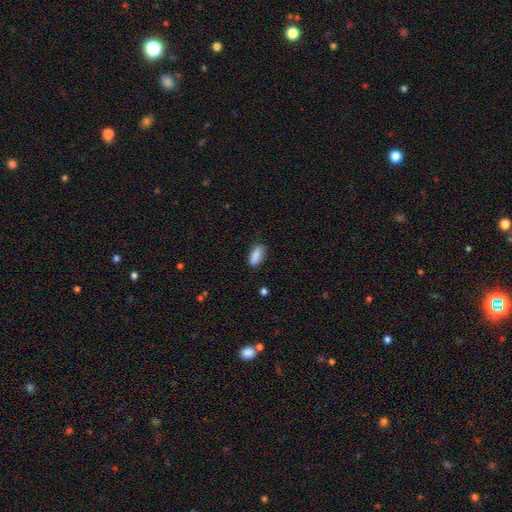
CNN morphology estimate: This appears to be a smooth galaxy with no disk features (88%) that is in between round and cigar-shaped (89%). Merging: none (78%).